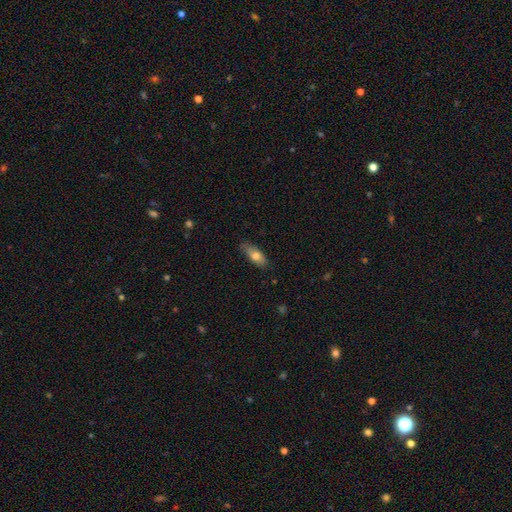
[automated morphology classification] A smooth galaxy with no disk features (74%) that is in between round and cigar-shaped (73%). Merging: none (73%).